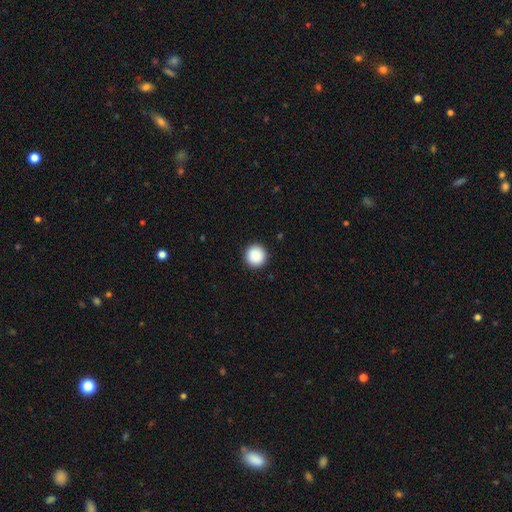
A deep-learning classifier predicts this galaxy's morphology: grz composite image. It shows a smooth galaxy with no disk features (89%) that is round (96%). Merging: none (93%).